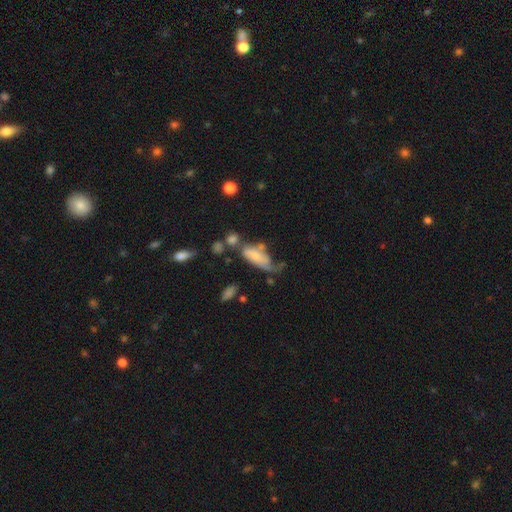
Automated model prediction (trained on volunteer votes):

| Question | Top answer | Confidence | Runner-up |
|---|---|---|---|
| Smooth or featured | smooth | 61% | featured or disk (31%) |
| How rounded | in between | 83% | cigar-shaped (13%) |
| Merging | major disturbance | 32% | minor disturbance (25%) |